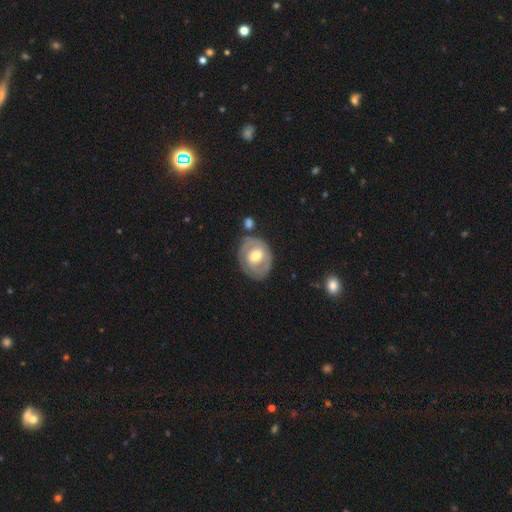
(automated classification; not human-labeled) The model was most divided on "bar": no: 48%, weak: 39%, strong: 13%. More confident: edge-on disk — no (96%); bulge size — moderate (69%); merging — none (68%); smooth or featured — featured or disk (63%); spiral arms — yes (60%).